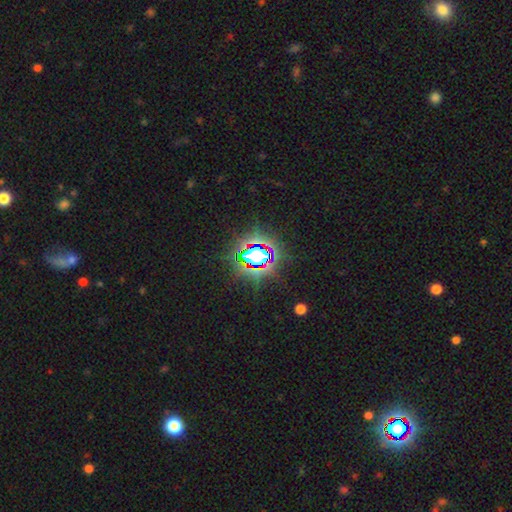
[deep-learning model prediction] star or artifact 76%, smooth 14%, featured or disk 10%.